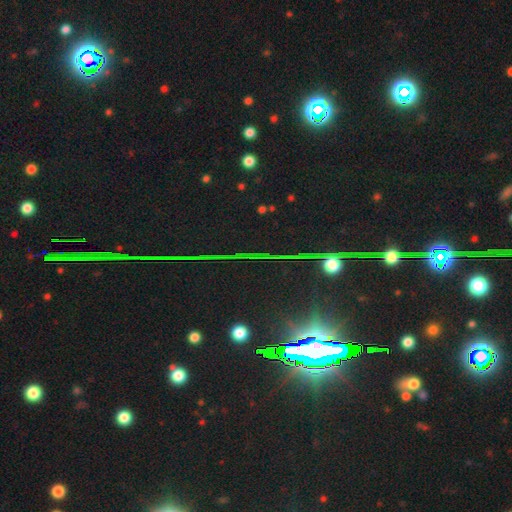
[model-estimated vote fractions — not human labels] Overall: star or artifact (83%).